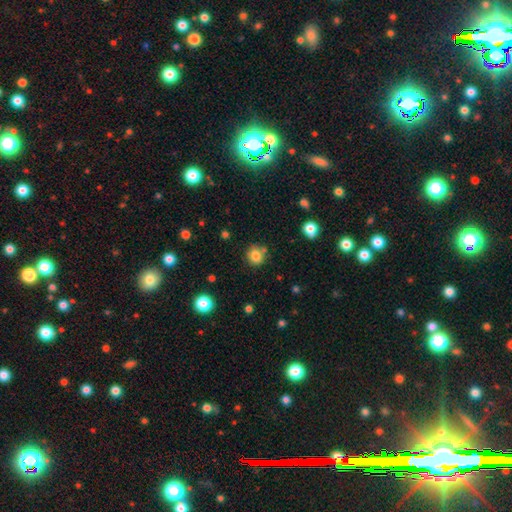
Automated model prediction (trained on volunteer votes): Overall: smooth (82%). How rounded: round (80%). Merging: none (74%).